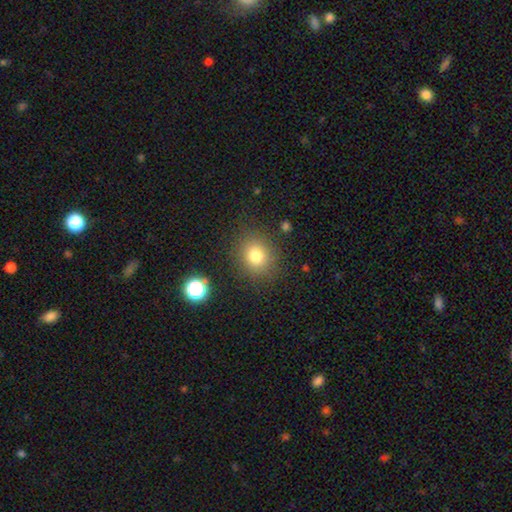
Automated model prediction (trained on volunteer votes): Morphology: type=smooth (79%); roundness=round (80%); merging=none (85%).